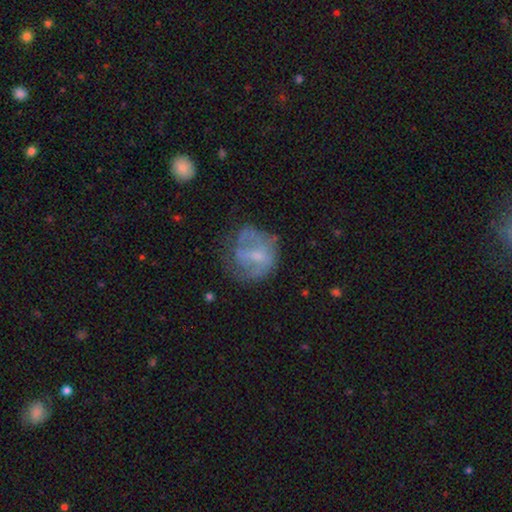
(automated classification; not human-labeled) A featured or disk galaxy (57%) with a weak bar (45%), spiral arms (50%, tied with no) and a small central bulge (46%). Merging: none (50%).